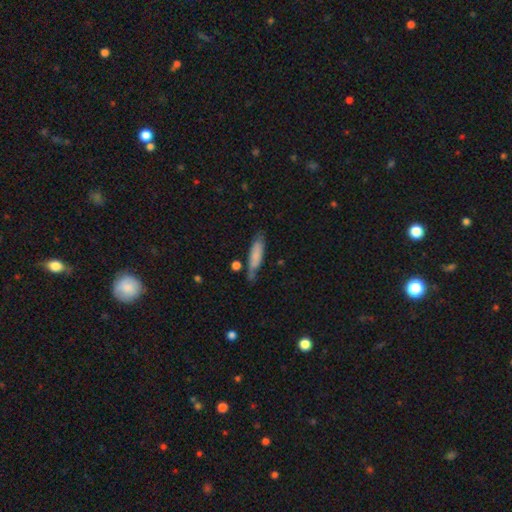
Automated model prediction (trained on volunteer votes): A smooth galaxy with no disk features (77%) that is cigar-shaped (70%).

Vote fractions:
- Smooth or featured? smooth: 77% / featured or disk: 17% / star or artifact: 6%
- How rounded? cigar-shaped: 70% / in between: 28% / round: 2%
- Merging? none: 65% / minor disturbance: 23% / merger: 6% / major disturbance: 6%